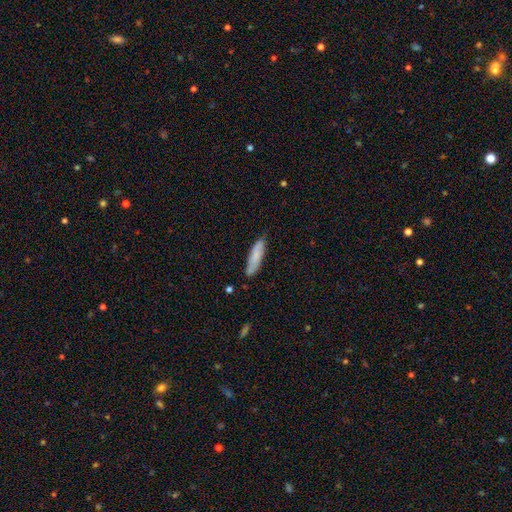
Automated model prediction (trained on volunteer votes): smooth 78%, featured or disk 16%, star or artifact 6%. Down the decision tree: how rounded — cigar-shaped (74%); merging — none (80%).